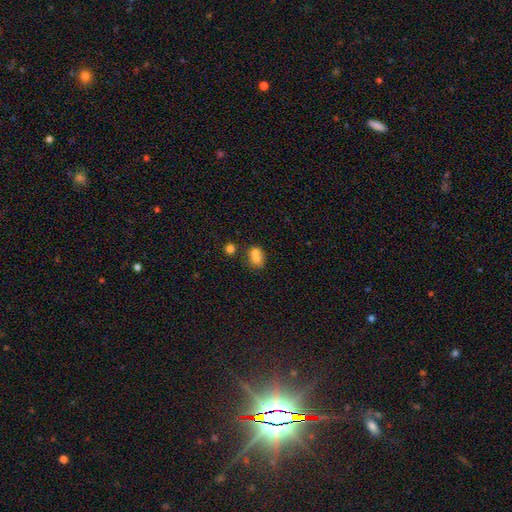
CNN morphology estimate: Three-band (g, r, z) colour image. It shows a smooth galaxy with no disk features (71%) that is round (53%). Merging: merger (60%).